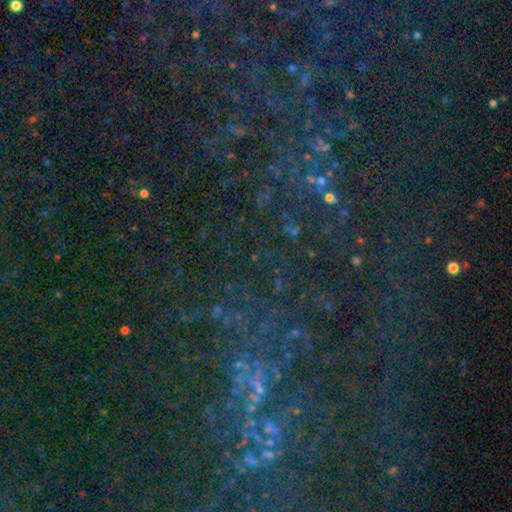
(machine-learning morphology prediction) This appears to be a star or artifact, not a galaxy (80%).